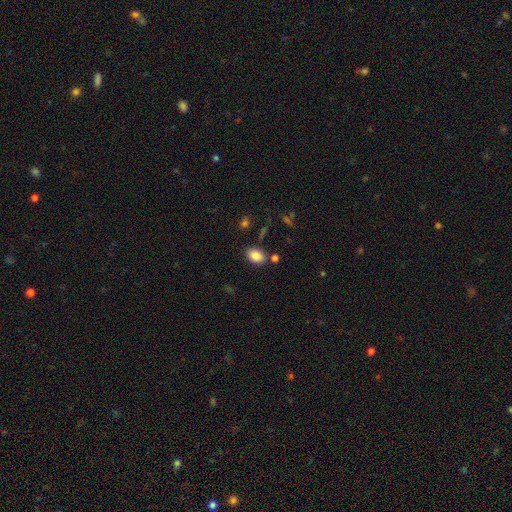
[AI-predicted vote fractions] smooth 85%, star or artifact 9%, featured or disk 6%. Down the decision tree: how rounded — in between (85%); merging — none (79%).